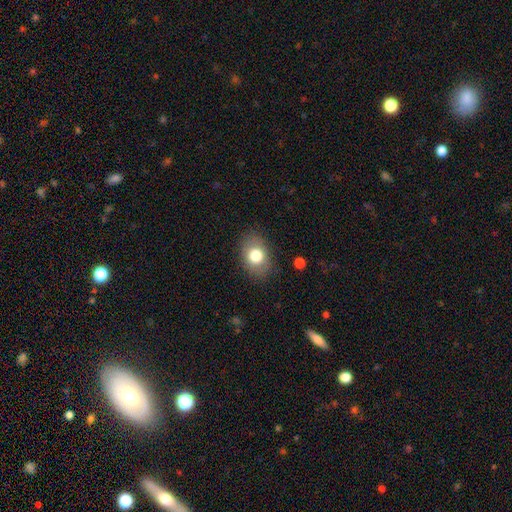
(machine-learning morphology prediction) Overall: smooth (78%). How rounded: in between (70%). Merging: none (83%).